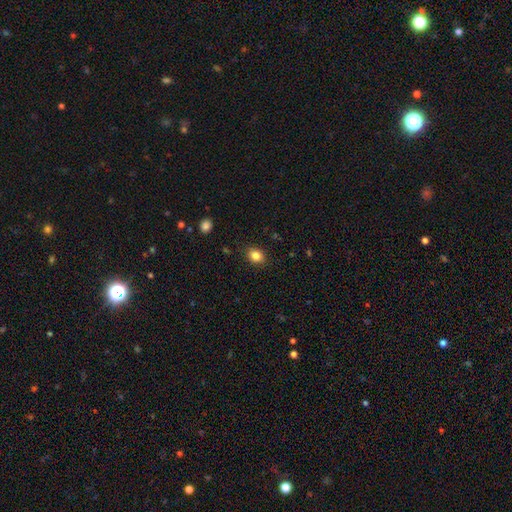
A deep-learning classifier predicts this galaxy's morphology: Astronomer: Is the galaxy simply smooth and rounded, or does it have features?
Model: smooth — 84%.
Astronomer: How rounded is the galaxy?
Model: round — 54% (runner-up: in between, 45%).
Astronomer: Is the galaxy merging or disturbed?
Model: none — 88%.